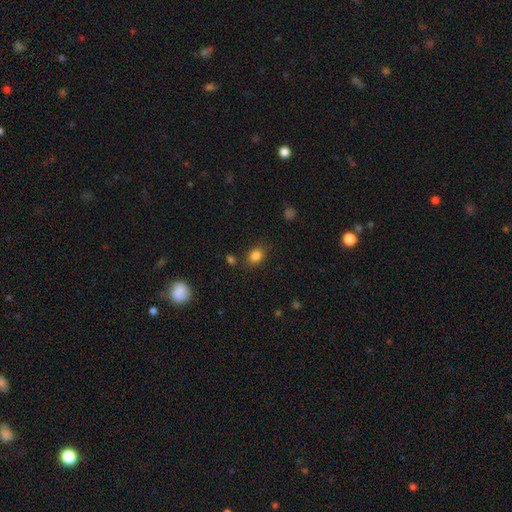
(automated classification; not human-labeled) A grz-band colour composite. It shows a smooth galaxy with no disk features (83%) that is in between round and cigar-shaped (51%). Merging: none (78%).